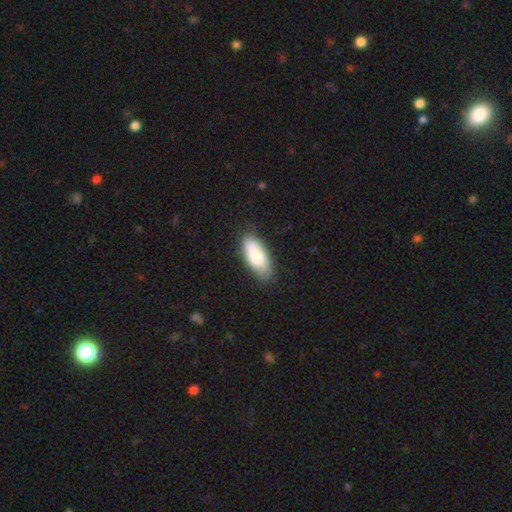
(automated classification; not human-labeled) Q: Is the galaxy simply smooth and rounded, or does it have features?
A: smooth — 79%.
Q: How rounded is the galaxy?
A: in between — 85%.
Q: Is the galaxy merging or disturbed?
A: none — 79%.